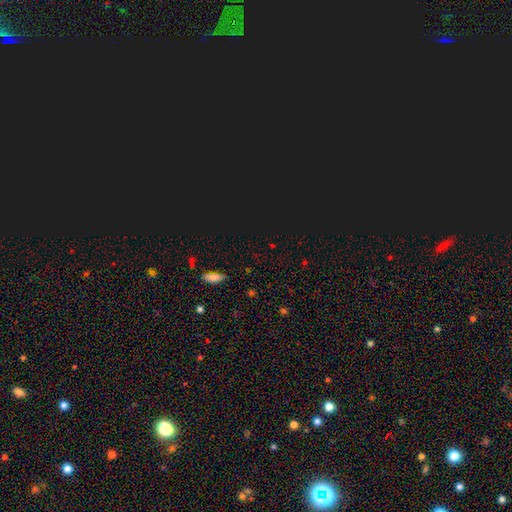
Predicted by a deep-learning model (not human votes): Morphology: type=star or artifact (62%).